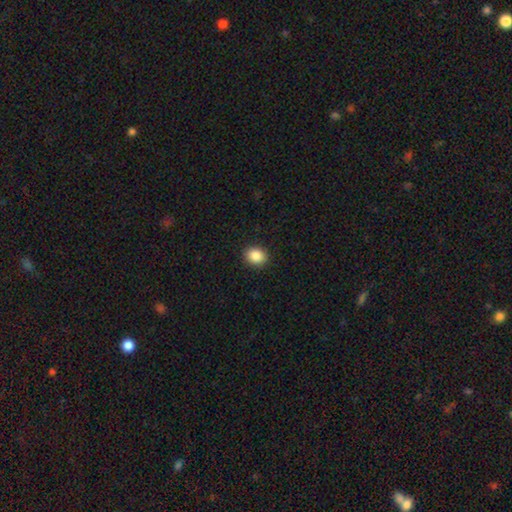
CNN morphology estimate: Q: Smooth or featured?
A: smooth (87%); runner-up: star or artifact (9%)
Q: How rounded?
A: round (50%); runner-up: in between (49%)
Q: Merging?
A: none (91%); runner-up: minor disturbance (7%)